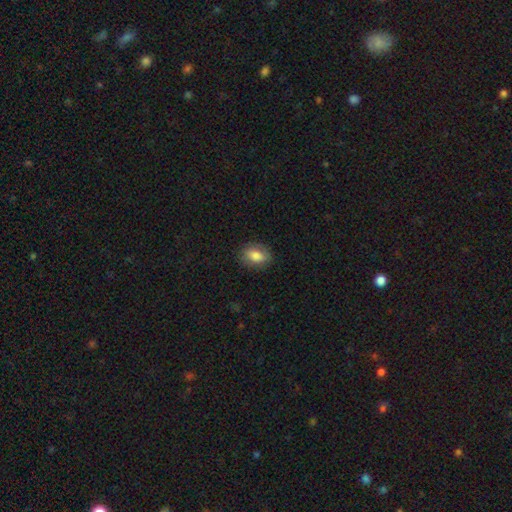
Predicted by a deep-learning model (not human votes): A smooth galaxy with no disk features (79%) that is in between round and cigar-shaped (77%). Merging: none (83%).